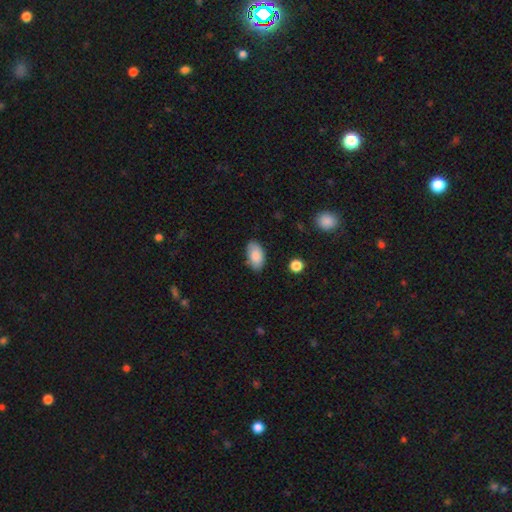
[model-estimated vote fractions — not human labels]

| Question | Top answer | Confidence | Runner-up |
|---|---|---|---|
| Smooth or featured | smooth | 84% | featured or disk (9%) |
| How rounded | in between | 94% | round (4%) |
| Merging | none | 78% | minor disturbance (17%) |